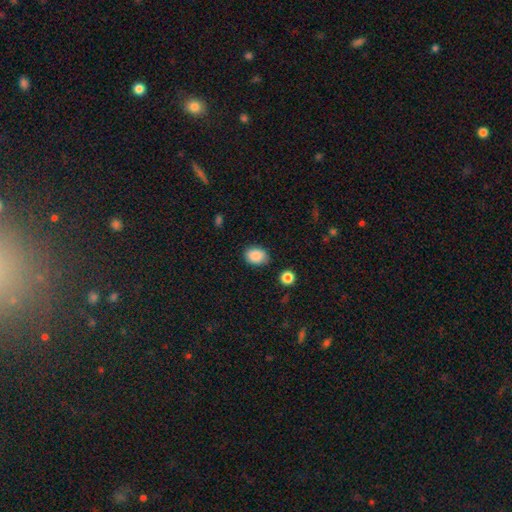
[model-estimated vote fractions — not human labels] Smooth or featured: smooth — 88% (star or artifact — 8%)
How rounded: in between — 64% (round — 35%)
Merging: none — 81% (minor disturbance — 14%)